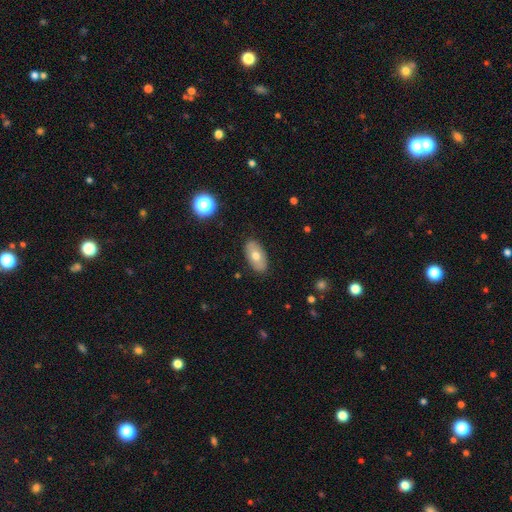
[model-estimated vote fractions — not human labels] Smooth or featured?
  - smooth: 65% *
  - featured or disk: 28%
  - star or artifact: 7%
How rounded?
  - in between: 93% *
  - round: 4%
  - cigar-shaped: 2%
Merging?
  - none: 86% *
  - minor disturbance: 10%
  - major disturbance: 2%
  - merger: 1%